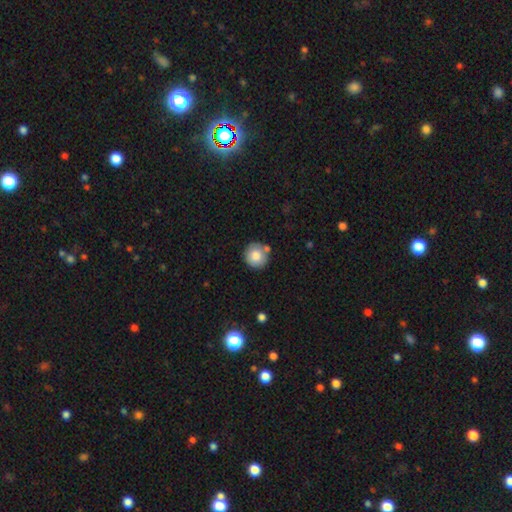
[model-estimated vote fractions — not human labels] Morphology: type=smooth (80%); roundness=round (92%); merging=none (74%).